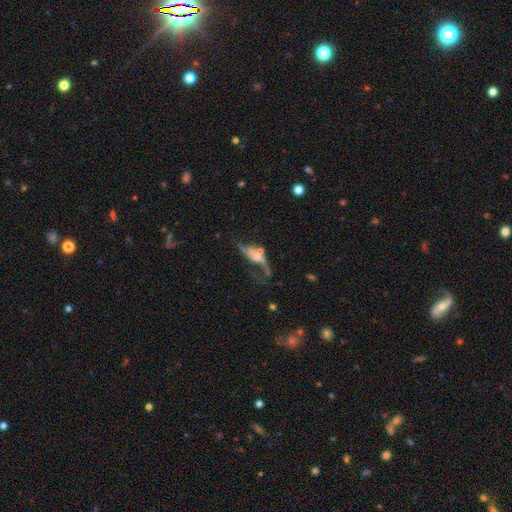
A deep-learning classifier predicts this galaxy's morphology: This is likely a featured or disk galaxy (66%). It is clearly not viewed edge-on (81%). Bar: likely no (70%). Spiral arm pattern: likely yes (62%). Central bulge: marginally small (37%). Merging: marginally major disturbance (31%).